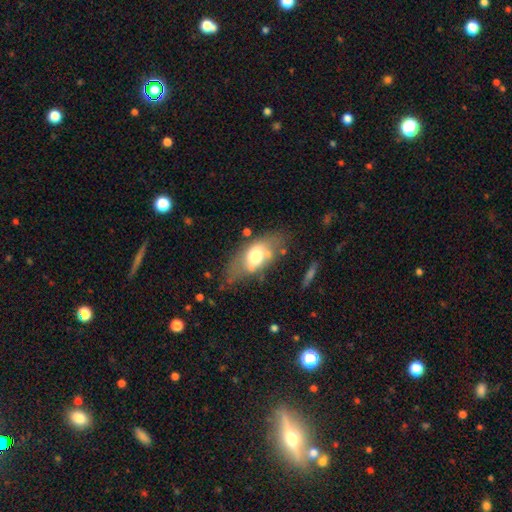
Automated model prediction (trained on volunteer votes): Q: Smooth or featured?
A: smooth (55%); runner-up: featured or disk (37%)
Q: How rounded?
A: in between (86%); runner-up: round (7%)
Q: Merging?
A: none (56%); runner-up: minor disturbance (25%)